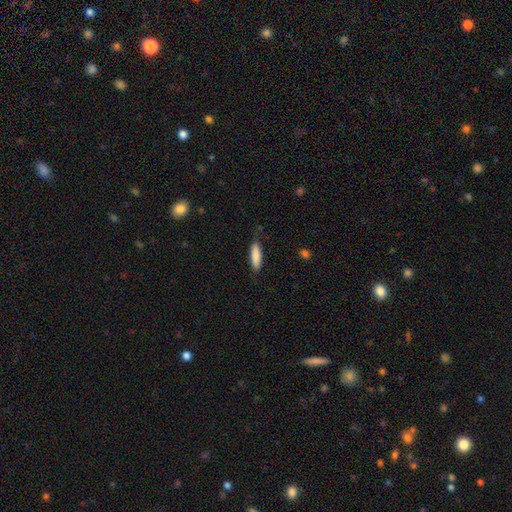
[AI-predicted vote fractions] The model was most divided on "how rounded": cigar-shaped: 64%, in between: 35%, round: 1%. More confident: smooth or featured — smooth (87%); merging — none (83%).